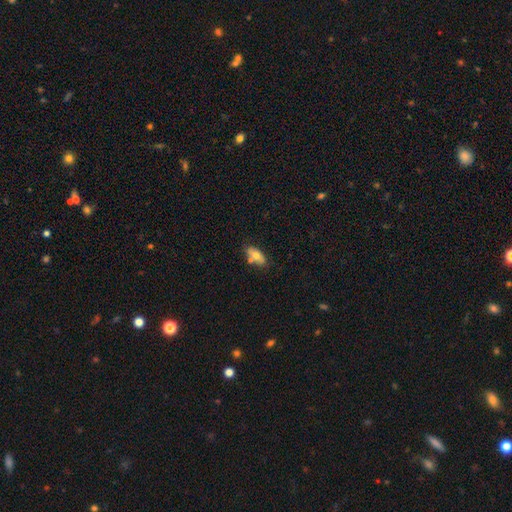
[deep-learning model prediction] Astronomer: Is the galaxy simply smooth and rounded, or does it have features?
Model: smooth — 68%.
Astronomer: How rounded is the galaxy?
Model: in between — 84%.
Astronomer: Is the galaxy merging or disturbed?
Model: none — 66%.